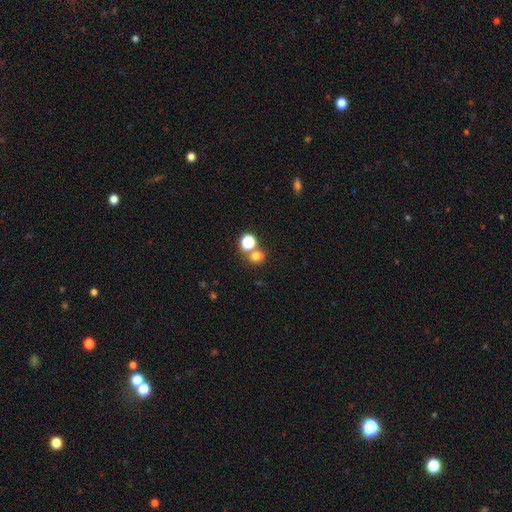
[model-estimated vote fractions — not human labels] This appears to be a smooth galaxy with no disk features (66%) that is round (73%). Merging: none (54%).